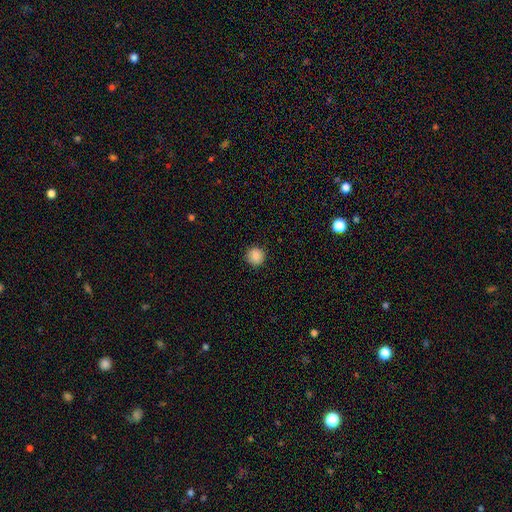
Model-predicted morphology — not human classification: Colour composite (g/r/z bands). It shows a smooth galaxy with no disk features (88%) that is round (94%). Merging: none (91%).